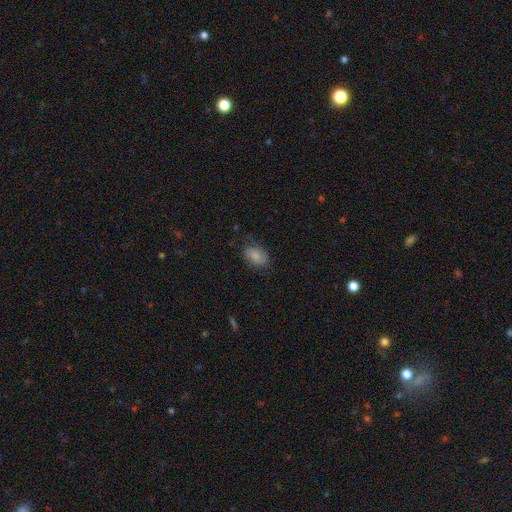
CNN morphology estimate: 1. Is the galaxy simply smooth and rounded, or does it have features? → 80% smooth, 13% featured or disk, 8% star or artifact.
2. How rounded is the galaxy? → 87% in between, 11% round, 2% cigar-shaped.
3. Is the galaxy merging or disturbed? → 68% none, 23% minor disturbance, 7% major disturbance, 1% merger.